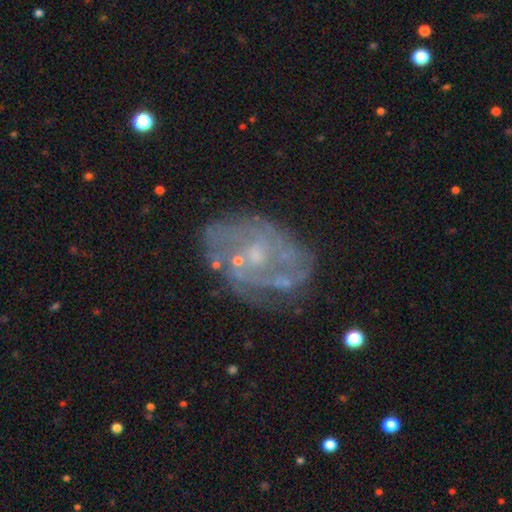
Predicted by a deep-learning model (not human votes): The model was most divided on "spiral arms": yes: 67%, no: 33%. More confident: edge-on disk — no (97%); smooth or featured — featured or disk (76%); bar — no (68%); merging — none (64%); bulge size — small (63%).